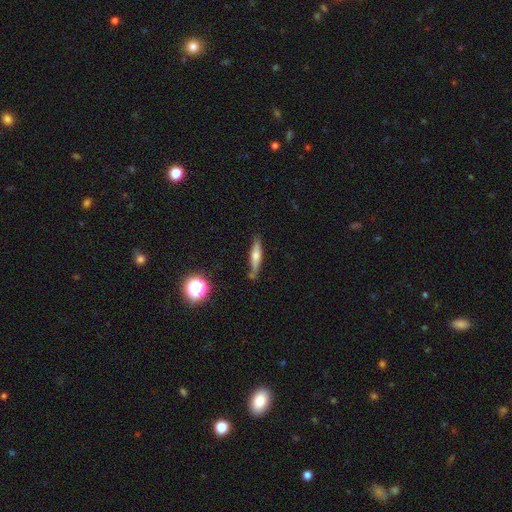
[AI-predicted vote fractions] A smooth galaxy with no disk features (46%). Merging: none (75%).